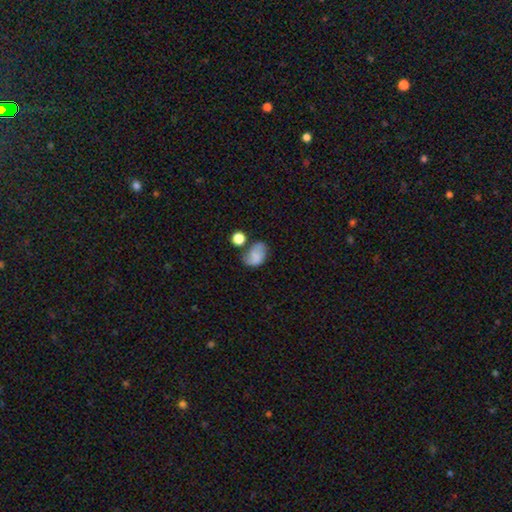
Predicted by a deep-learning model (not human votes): A smooth galaxy with no disk features (65%) that is in between round and cigar-shaped (76%). Merging: none (43%).